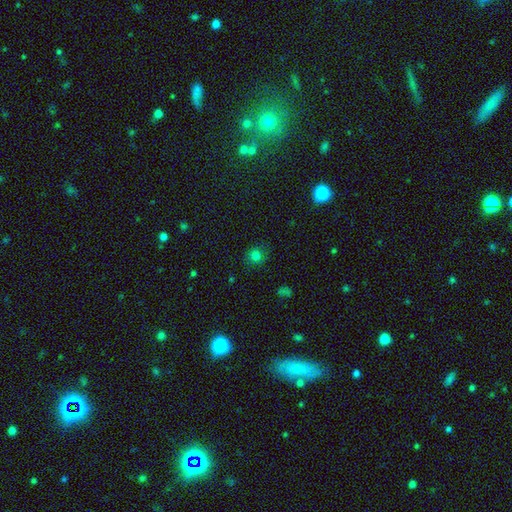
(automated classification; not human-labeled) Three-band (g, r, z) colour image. It shows a smooth galaxy with no disk features (78%) that is round (86%). Merging: none (85%).